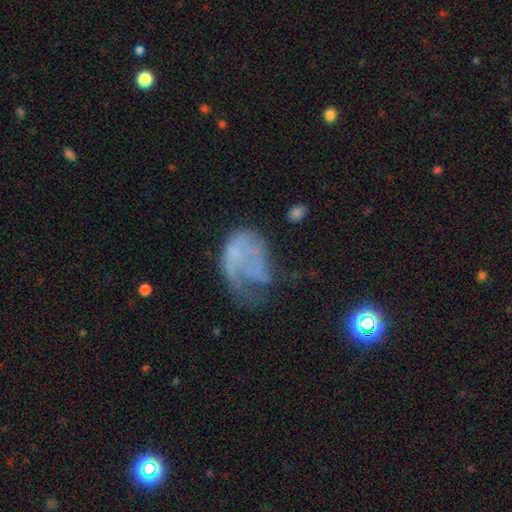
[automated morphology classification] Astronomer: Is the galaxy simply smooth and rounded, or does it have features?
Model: featured or disk — 50% (runner-up: smooth, 32%).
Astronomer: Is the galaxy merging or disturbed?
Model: major disturbance — 46% (runner-up: none, 27%).